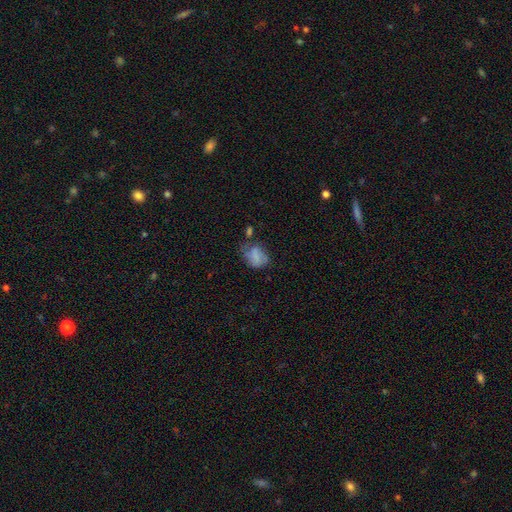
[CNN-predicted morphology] smooth_or_featured: smooth (p=0.69) [alt: featured or disk p=0.20]
how_rounded: in between (p=0.67) [alt: round p=0.31]
merging: none (p=0.38) [alt: minor disturbance p=0.31]